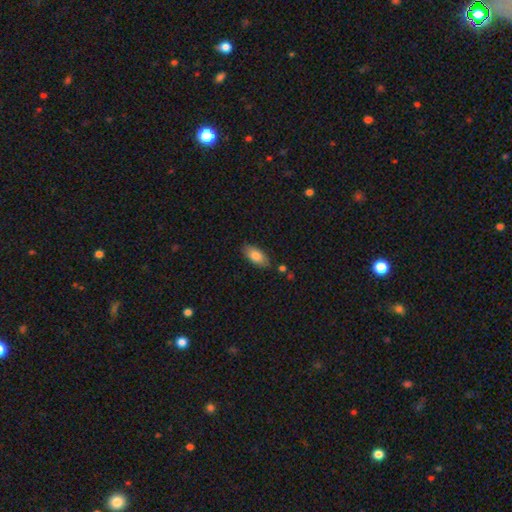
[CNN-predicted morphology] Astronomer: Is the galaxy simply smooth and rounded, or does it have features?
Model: smooth — 81%.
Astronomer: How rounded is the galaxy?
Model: in between — 89%.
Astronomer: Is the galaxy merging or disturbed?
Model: none — 80%.